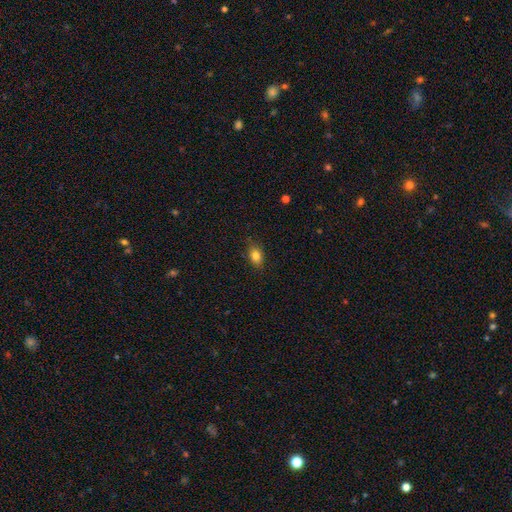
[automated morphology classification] A smooth galaxy with no disk features (83%) that is in between round and cigar-shaped (79%). Merging: none (84%).